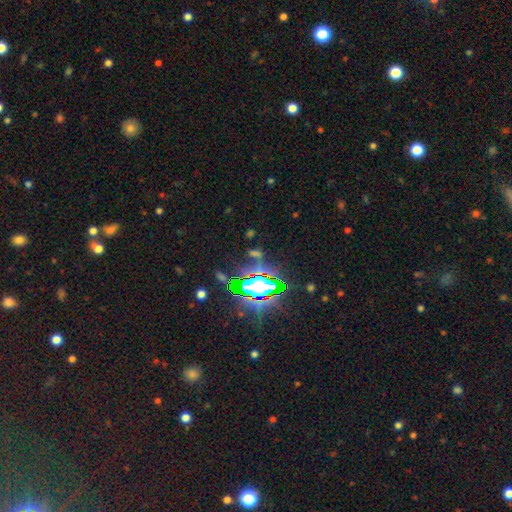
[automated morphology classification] A star or artifact, not a galaxy (76%).

Vote fractions:
- Smooth or featured? star or artifact: 76% / smooth: 13% / featured or disk: 10%